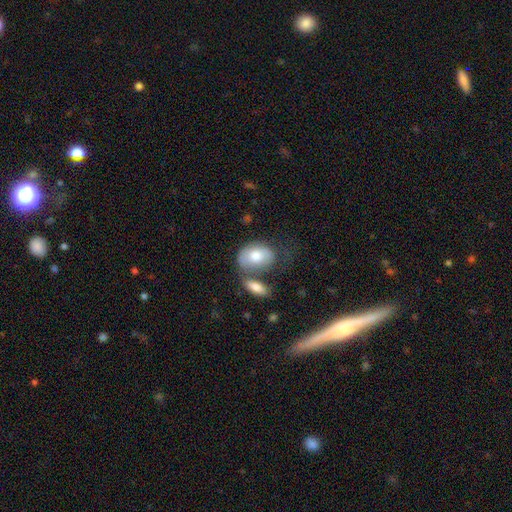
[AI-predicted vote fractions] Overall: smooth (71%). How rounded: in between (81%). Merging: none (35%; merger 33%).